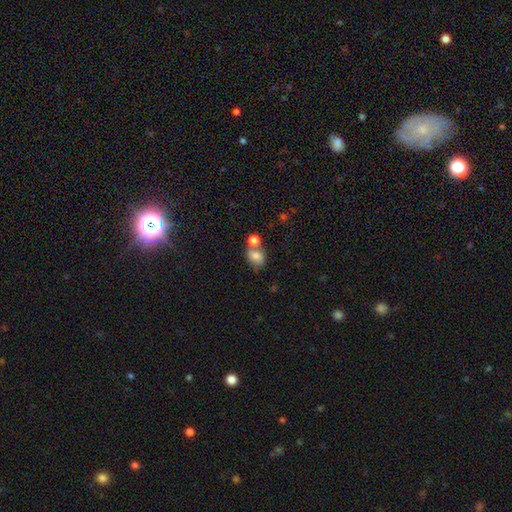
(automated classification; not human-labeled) The model was most divided on "merging": none: 44%, merger: 36%, minor disturbance: 14%, major disturbance: 6%. More confident: smooth or featured — smooth (75%); how rounded — in between (56%).